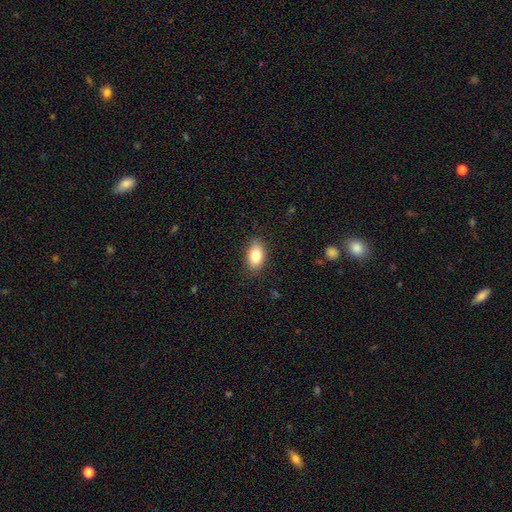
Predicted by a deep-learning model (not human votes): Smooth or featured? smooth (82%)
How rounded? in between (90%)
Merging? none (82%)